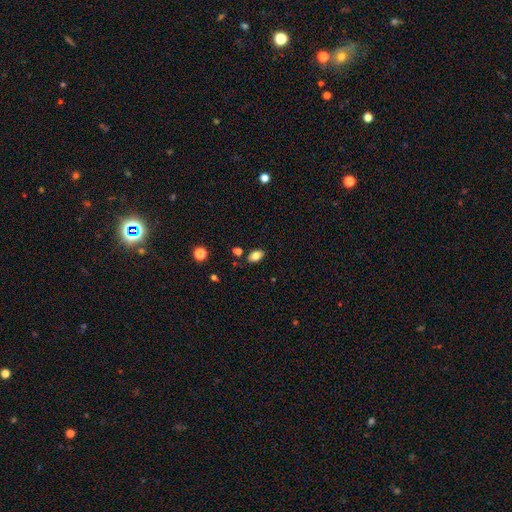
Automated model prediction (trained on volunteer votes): The model was most divided on "merging": none: 81%, minor disturbance: 11%, merger: 5%, major disturbance: 2%. More confident: how rounded — in between (87%); smooth or featured — smooth (81%).